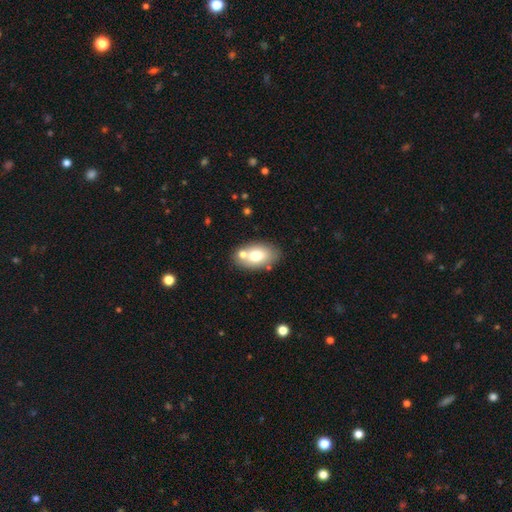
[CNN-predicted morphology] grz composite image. It shows a smooth galaxy with no disk features (70%) that is in between round and cigar-shaped (89%). Merging: none (67%).